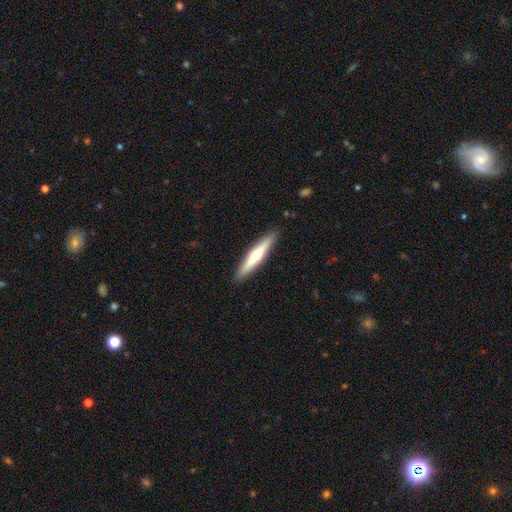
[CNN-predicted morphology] smooth-or-featured: featured or disk: 54% | smooth: 41% | star or artifact: 5%
  disk-edge-on: yes: 95% | no: 5%
    edge-on-bulge: rounded: 87% | none: 10% | boxy: 3%
  merging: none: 91% | minor disturbance: 7% | major disturbance: 1% | merger: 1%